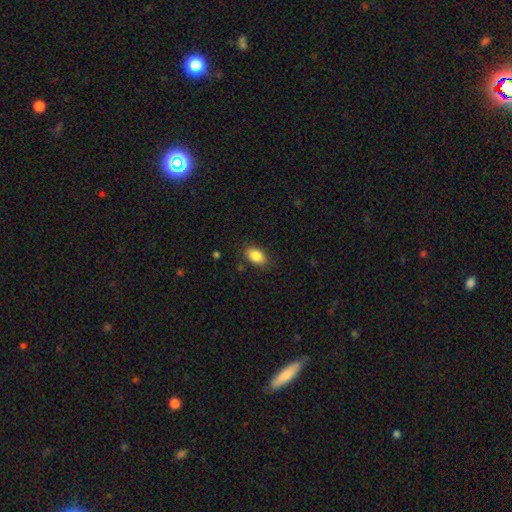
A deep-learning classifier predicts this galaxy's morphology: Smooth or featured: smooth — 87% (star or artifact — 8%)
How rounded: in between — 89% (round — 9%)
Merging: none — 86% (minor disturbance — 10%)